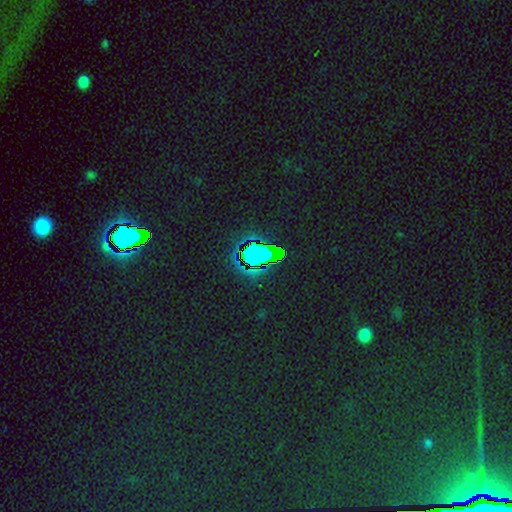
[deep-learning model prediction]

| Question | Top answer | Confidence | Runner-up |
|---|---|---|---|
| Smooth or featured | star or artifact | 83% | smooth (10%) |